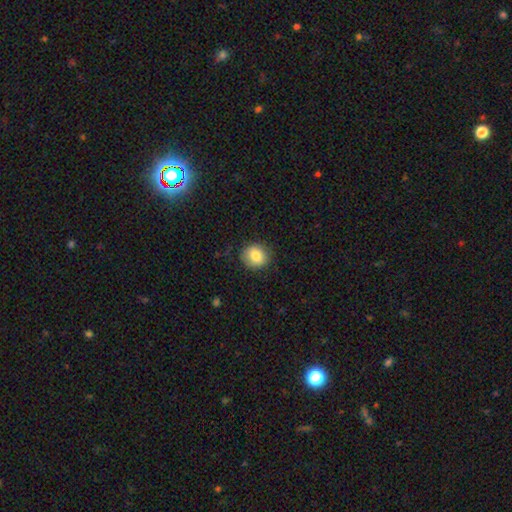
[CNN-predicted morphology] Smooth or featured? smooth (83%)
How rounded? round (84%)
Merging? none (86%)